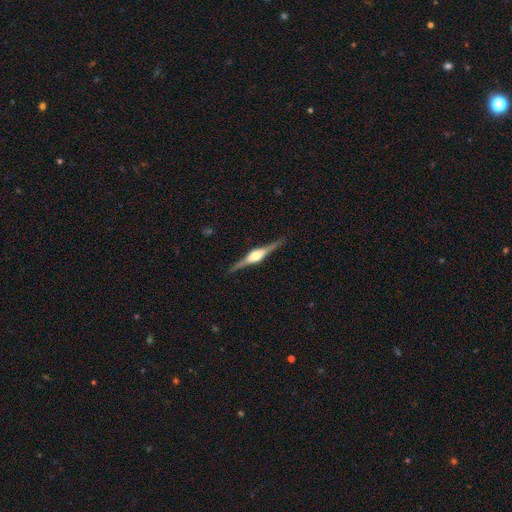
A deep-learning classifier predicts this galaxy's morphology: This is clearly a featured or disk galaxy (85%). It is clearly viewed edge-on (98%). Edge-on bulge: clearly rounded (86%). Merging: clearly none (90%).